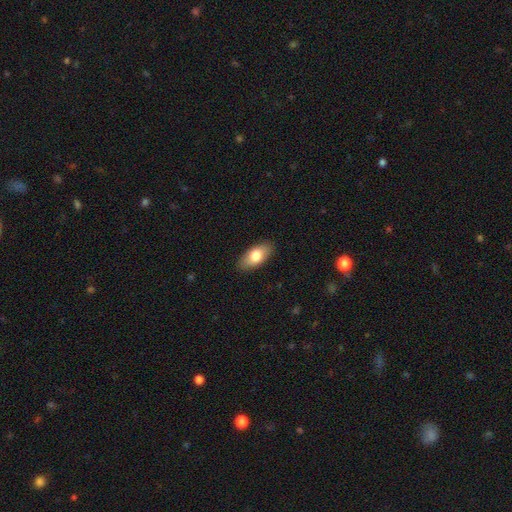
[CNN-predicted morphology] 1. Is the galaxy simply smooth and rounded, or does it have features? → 78% smooth, 16% featured or disk, 6% star or artifact.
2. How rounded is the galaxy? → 90% in between, 7% cigar-shaped, 3% round.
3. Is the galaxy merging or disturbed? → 88% none, 9% minor disturbance, 2% major disturbance, 1% merger.